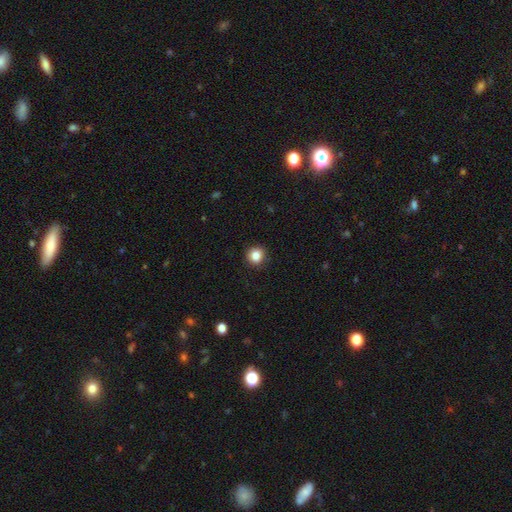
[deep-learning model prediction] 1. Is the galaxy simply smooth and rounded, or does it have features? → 84% smooth, 11% star or artifact, 6% featured or disk.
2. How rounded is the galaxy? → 91% round, 8% in between, 1% cigar-shaped.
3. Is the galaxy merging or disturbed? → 90% none, 7% minor disturbance, 2% major disturbance, 1% merger.